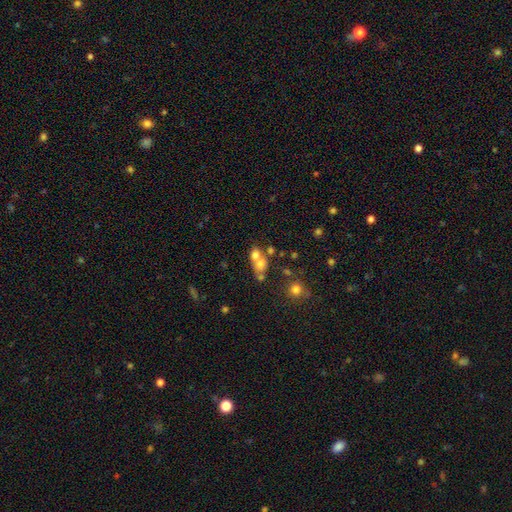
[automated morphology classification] Q: Smooth or featured?
A: smooth (64%); runner-up: featured or disk (21%)
Q: How rounded?
A: round (54%); runner-up: in between (44%)
Q: Merging?
A: merger (60%); runner-up: none (28%)